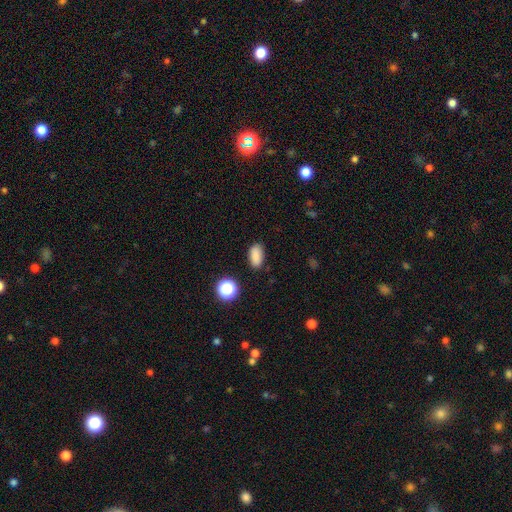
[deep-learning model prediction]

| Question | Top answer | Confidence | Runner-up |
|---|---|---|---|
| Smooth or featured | smooth | 85% | star or artifact (11%) |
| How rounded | in between | 89% | round (7%) |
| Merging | none | 84% | minor disturbance (11%) |